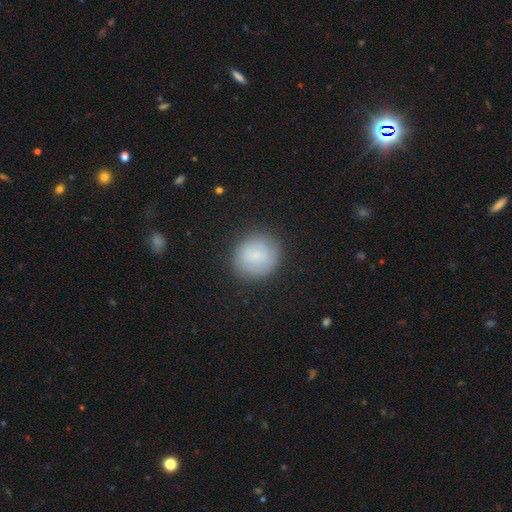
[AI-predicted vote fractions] Overall: smooth (71%). How rounded: round (86%). Merging: none (84%).